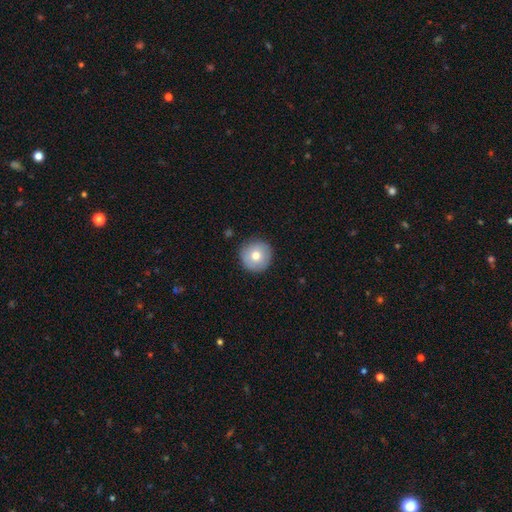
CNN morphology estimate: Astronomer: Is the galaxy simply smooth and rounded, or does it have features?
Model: smooth — 72%.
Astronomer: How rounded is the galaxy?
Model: round — 96%.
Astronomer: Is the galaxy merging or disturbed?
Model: none — 89%.